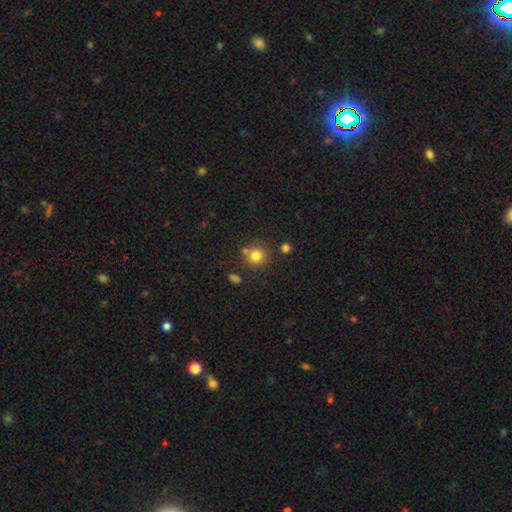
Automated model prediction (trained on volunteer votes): Q: Smooth or featured?
A: smooth (80%); runner-up: star or artifact (12%)
Q: How rounded?
A: round (89%); runner-up: in between (10%)
Q: Merging?
A: none (72%); runner-up: merger (13%)